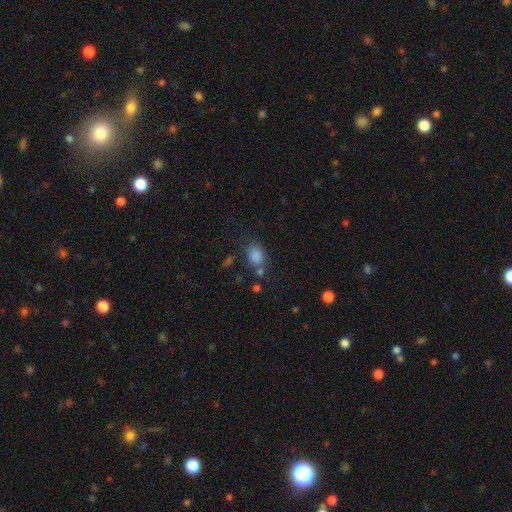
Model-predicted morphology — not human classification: Overall: smooth (83%). How rounded: in between (64%; round 34%). Merging: none (63%).